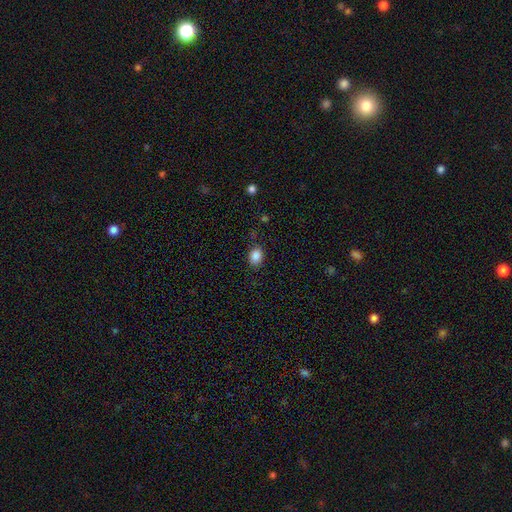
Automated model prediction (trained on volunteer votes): This is clearly a smooth galaxy (87%). How rounded: likely in between (64%). Merging: clearly none (82%).